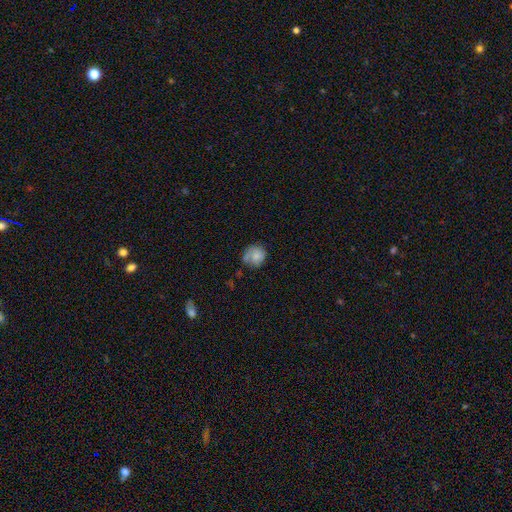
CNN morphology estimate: Smooth or featured: smooth — 74% (featured or disk — 17%)
How rounded: round — 78% (in between — 21%)
Merging: none — 53% (minor disturbance — 29%)